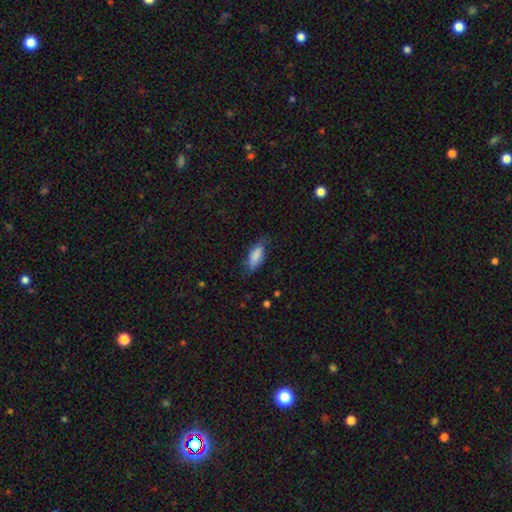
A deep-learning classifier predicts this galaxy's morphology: Smooth or featured? Predicted: smooth (p=0.83). How rounded? Predicted: in between (p=0.80). Merging? Predicted: none (p=0.63).